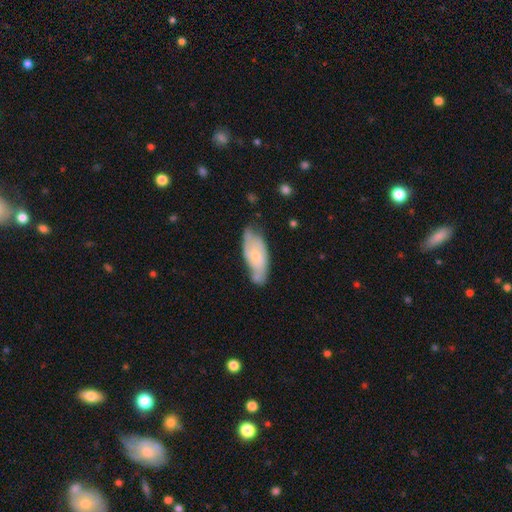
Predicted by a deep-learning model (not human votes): smooth-or-featured: featured or disk: 57% | smooth: 37% | star or artifact: 6%
  disk-edge-on: no: 86% | yes: 14%
  merging: none: 57% | minor disturbance: 30% | major disturbance: 8% | merger: 4%